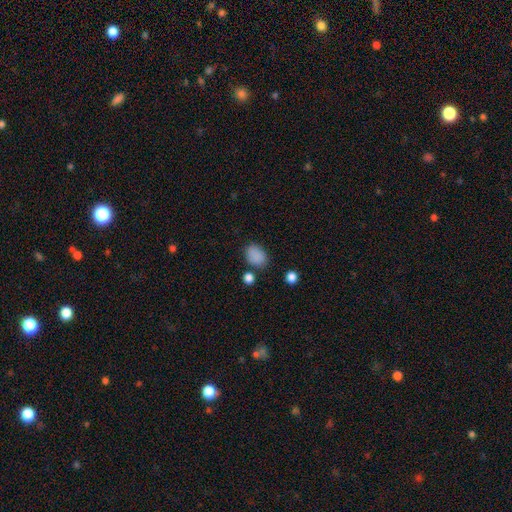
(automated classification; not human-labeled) This appears to be a smooth galaxy with no disk features (86%) that is in between round and cigar-shaped (75%). Merging: none (75%).